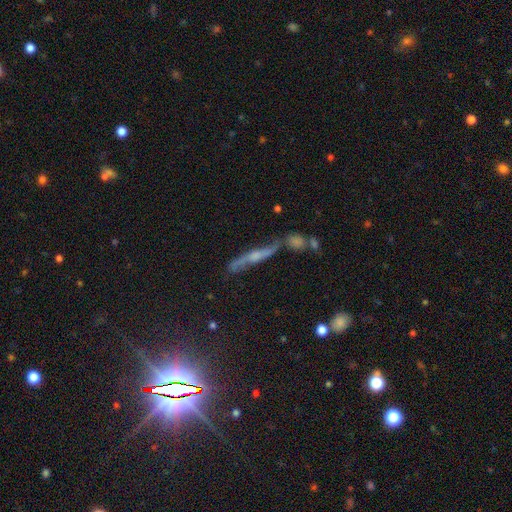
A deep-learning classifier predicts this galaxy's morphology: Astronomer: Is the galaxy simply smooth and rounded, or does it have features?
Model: featured or disk — 65%.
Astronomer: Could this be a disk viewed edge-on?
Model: yes — 71%.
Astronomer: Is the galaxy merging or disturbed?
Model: none — 52%.